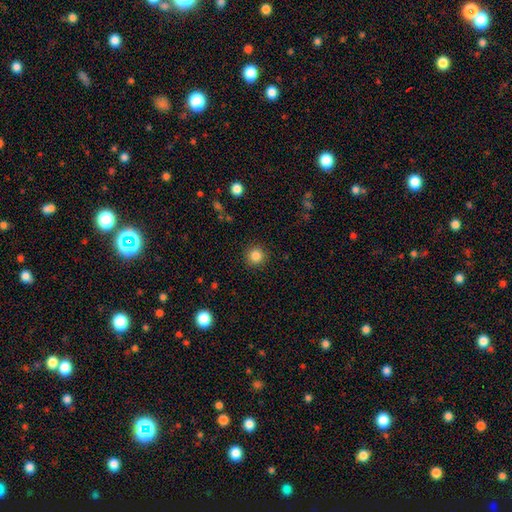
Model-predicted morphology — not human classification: smooth_or_featured: smooth (p=0.85) [alt: star or artifact p=0.11]
how_rounded: round (p=0.95) [alt: in between p=0.04]
merging: none (p=0.91) [alt: minor disturbance p=0.06]